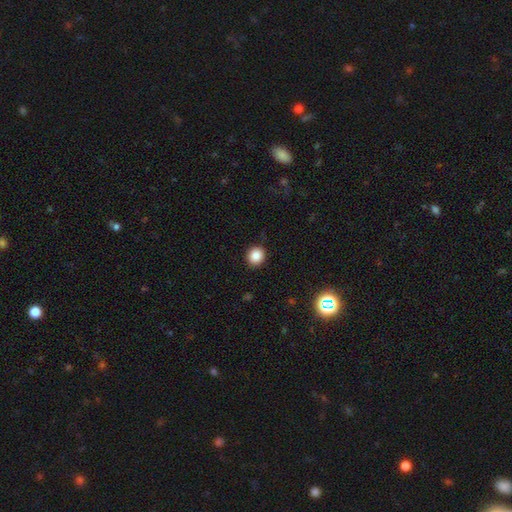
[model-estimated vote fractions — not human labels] Smooth or featured: smooth — 86% (star or artifact — 10%)
How rounded: round — 86% (in between — 13%)
Merging: none — 91% (minor disturbance — 6%)